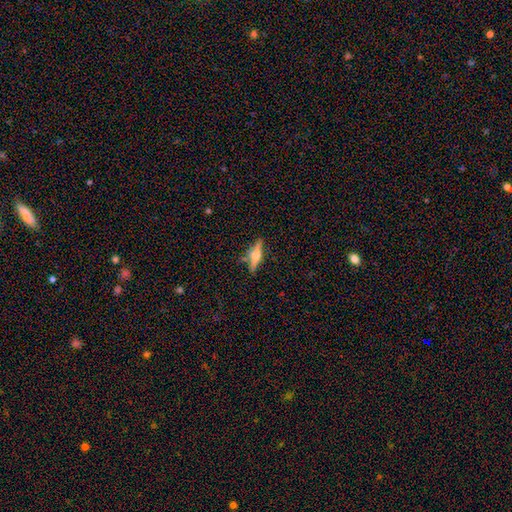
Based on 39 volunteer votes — Smooth or featured: featured or disk — 56% (smooth — 41%)
Edge-on disk: yes — 91% (no — 9%)
Edge-on bulge: rounded — 90% (boxy — 5%)
Merging: none — 66% (minor disturbance — 26%)